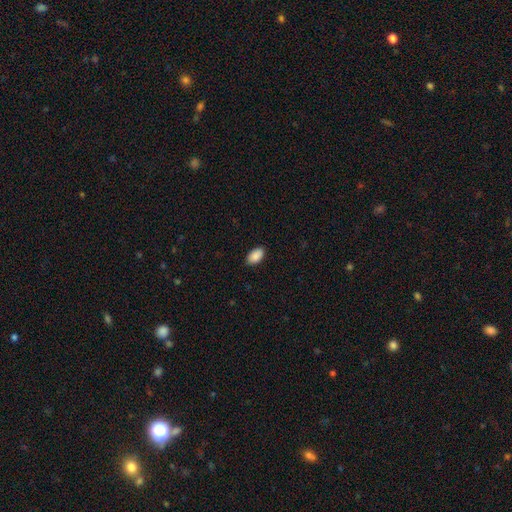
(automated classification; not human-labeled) Overall: smooth (90%). How rounded: in between (94%). Merging: none (87%).